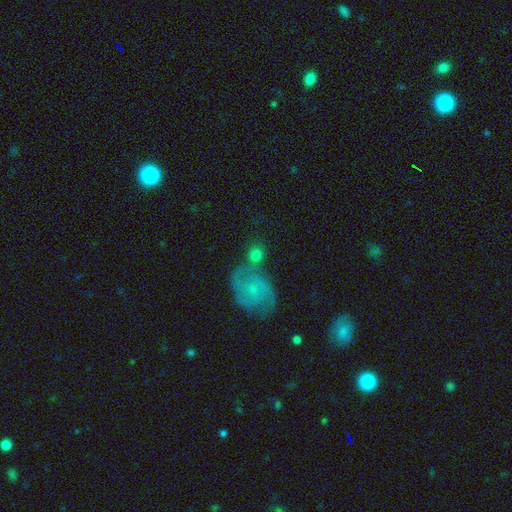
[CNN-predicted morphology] smooth-or-featured: featured or disk: 46% | smooth: 40% | star or artifact: 14%
  merging: none: 50% | merger: 30% | minor disturbance: 14% | major disturbance: 7%